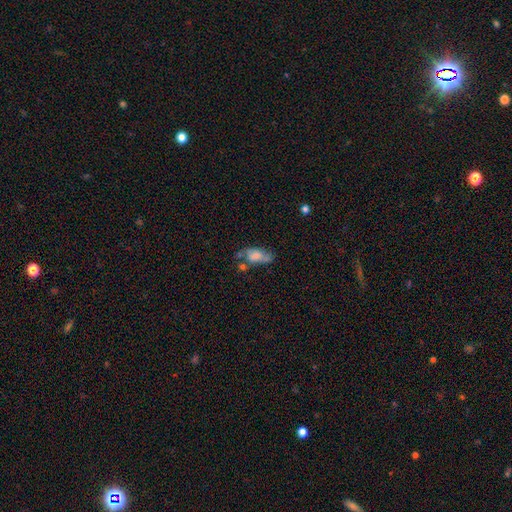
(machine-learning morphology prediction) Smooth or featured? Predicted: smooth (p=0.60). How rounded? Predicted: in between (p=0.84). Merging? Predicted: none (p=0.34).